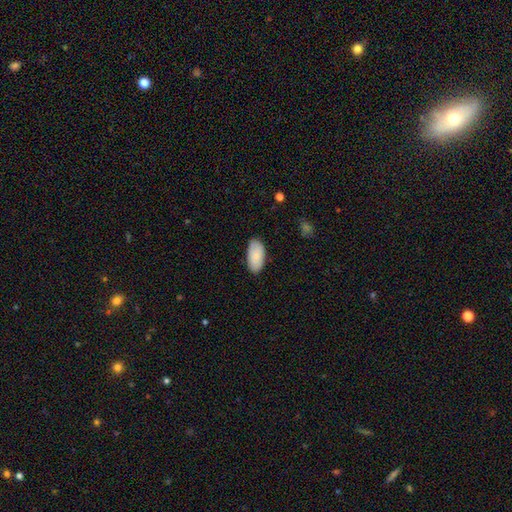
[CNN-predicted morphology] This appears to be a smooth galaxy with no disk features (84%) that is in between round and cigar-shaped (95%). Merging: none (85%).